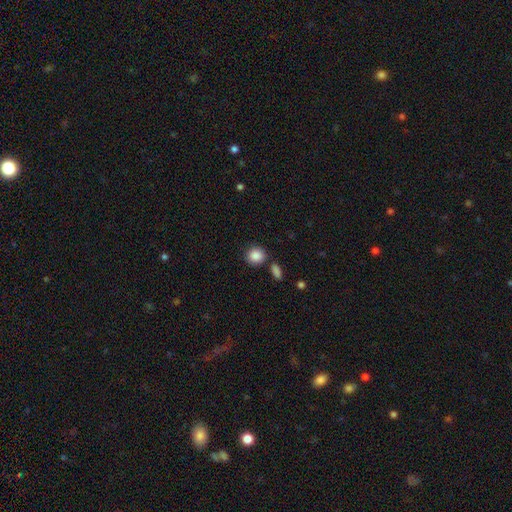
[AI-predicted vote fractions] smooth 88%, star or artifact 8%, featured or disk 4%. Down the decision tree: how rounded — round (82%); merging — none (78%).